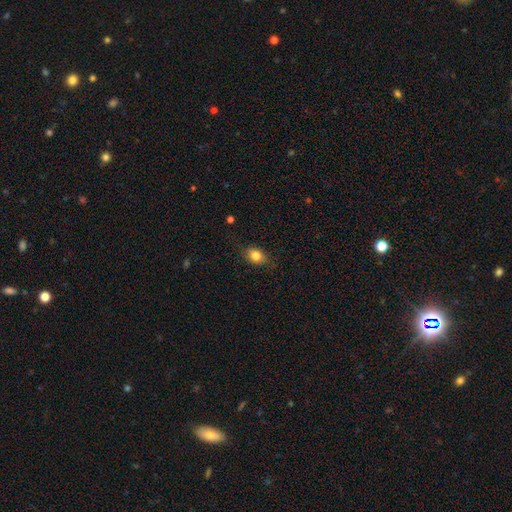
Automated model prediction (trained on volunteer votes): Smooth or featured? Predicted: smooth (p=0.83). How rounded? Predicted: in between (p=0.68). Merging? Predicted: none (p=0.77).